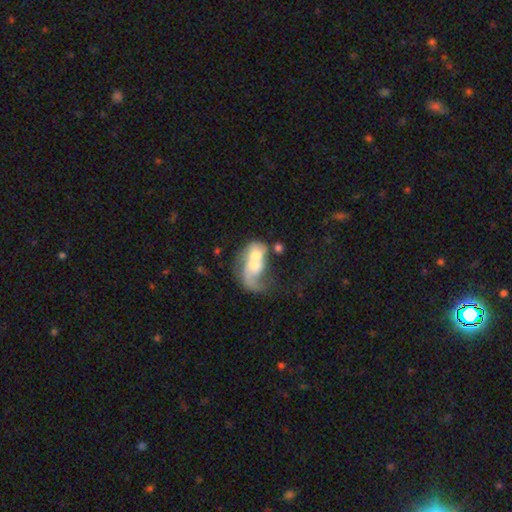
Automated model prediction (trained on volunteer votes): Smooth or featured?
  - featured or disk: 64% *
  - smooth: 27%
  - star or artifact: 9%
Edge-on disk?
  - no: 96% *
  - yes: 4%
Bar?
  - no: 71% *
  - weak: 22%
  - strong: 7%
Spiral arms?
  - yes: 69% *
  - no: 31%
Bulge size?
  - moderate: 50% *
  - small: 28%
  - large: 11%
  - none: 8%
  - dominant: 3%
Merging?
  - merger: 49% *
  - major disturbance: 26%
  - none: 16%
  - minor disturbance: 10%